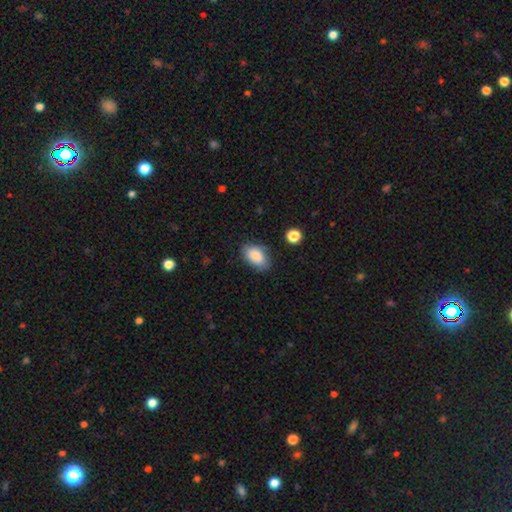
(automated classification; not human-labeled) This appears to be a smooth galaxy with no disk features (85%) that is in between round and cigar-shaped (92%). Merging: none (74%).